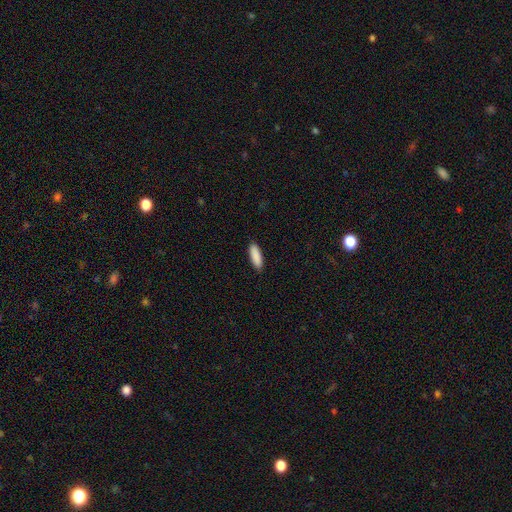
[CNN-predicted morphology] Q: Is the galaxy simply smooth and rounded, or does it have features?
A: smooth — 90%.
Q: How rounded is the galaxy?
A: in between — 55%.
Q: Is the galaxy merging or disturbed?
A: none — 89%.